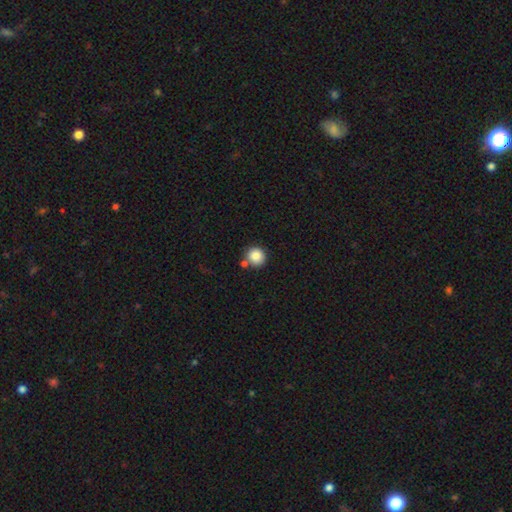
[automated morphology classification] Smooth or featured? Predicted: smooth (p=0.85). How rounded? Predicted: round (p=0.91). Merging? Predicted: none (p=0.72).